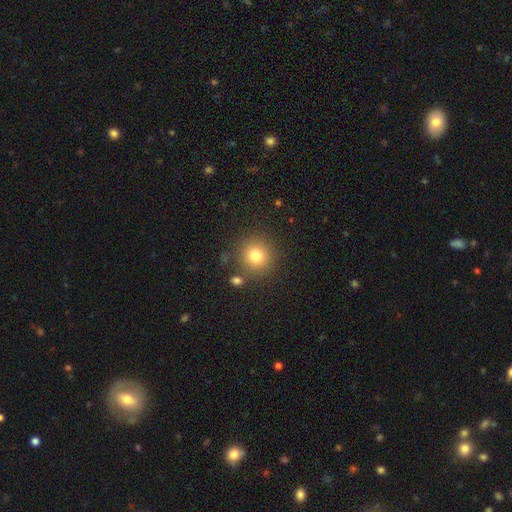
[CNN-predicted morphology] Smooth or featured?
  - smooth: 79% *
  - star or artifact: 13%
  - featured or disk: 8%
How rounded?
  - round: 93% *
  - in between: 6%
  - cigar-shaped: 1%
Merging?
  - none: 82% *
  - minor disturbance: 8%
  - merger: 6%
  - major disturbance: 4%